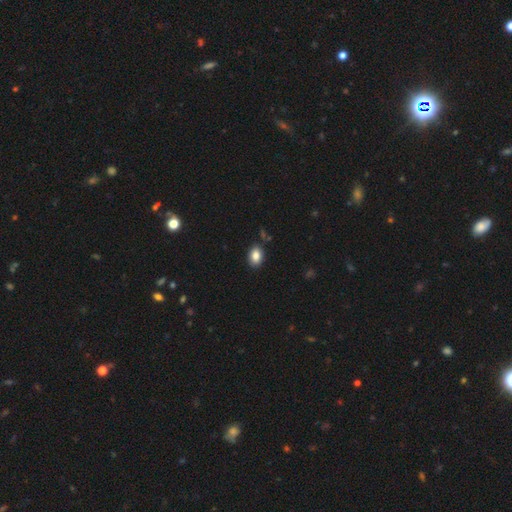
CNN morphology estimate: Smooth or featured? smooth (85%)
How rounded? in between (79%)
Merging? none (84%)